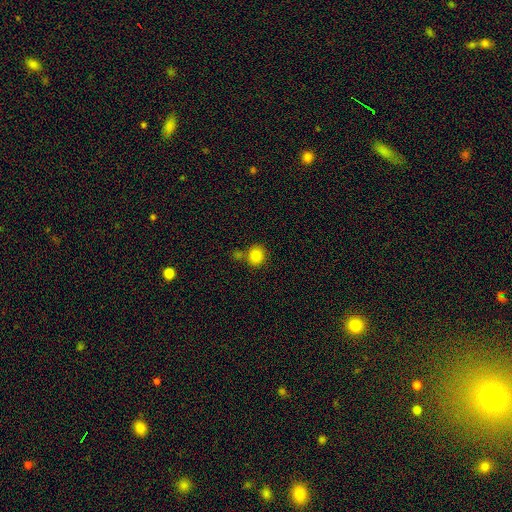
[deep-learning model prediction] smooth_or_featured: smooth (p=0.84) [alt: star or artifact p=0.10]
how_rounded: round (p=0.82) [alt: in between p=0.17]
merging: none (p=0.67) [alt: merger p=0.19]